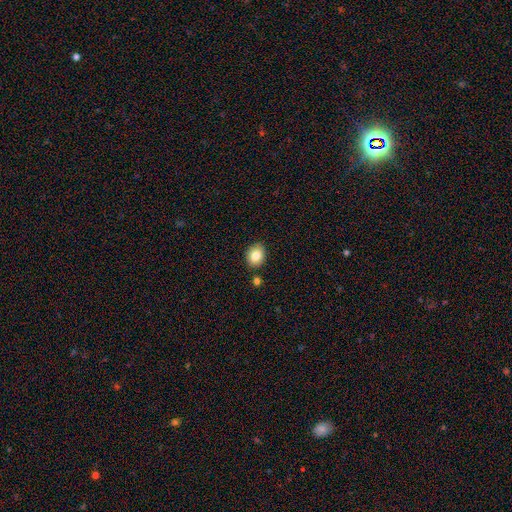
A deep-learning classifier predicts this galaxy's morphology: type=smooth (84%); roundness=in between (51%); merging=none (84%).